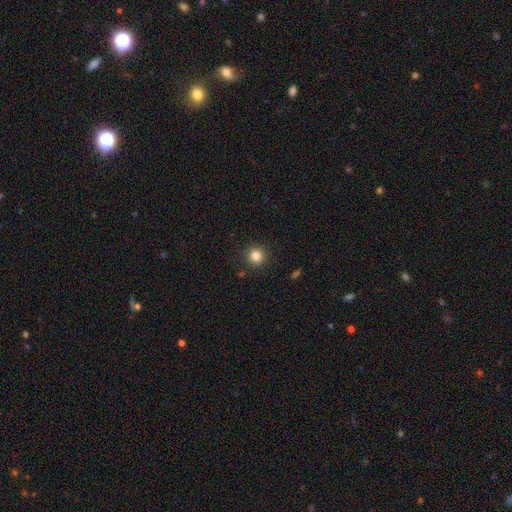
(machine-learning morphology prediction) type=smooth (84%); roundness=round (94%); merging=none (90%).